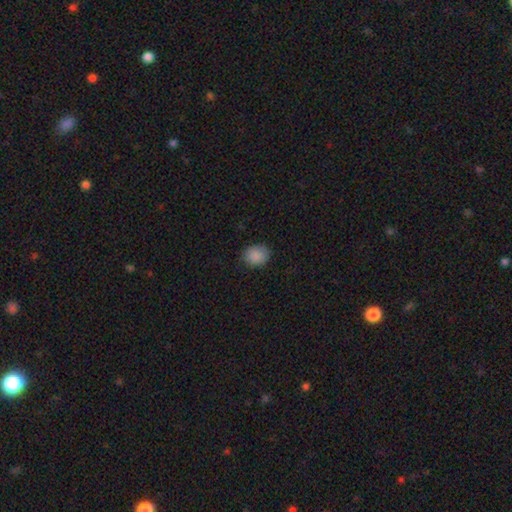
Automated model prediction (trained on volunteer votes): Q: Smooth or featured?
A: smooth (88%); runner-up: star or artifact (9%)
Q: How rounded?
A: round (65%); runner-up: in between (34%)
Q: Merging?
A: none (82%); runner-up: minor disturbance (14%)